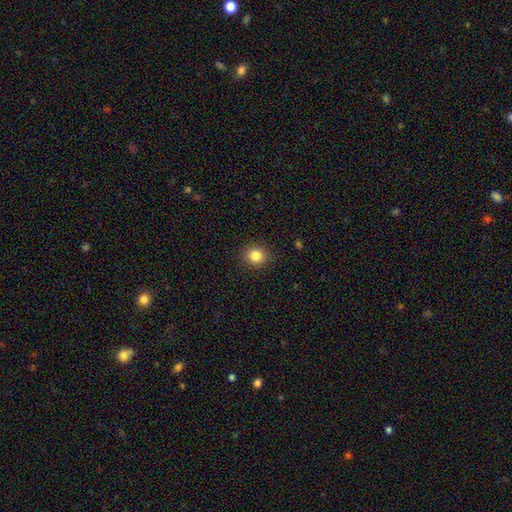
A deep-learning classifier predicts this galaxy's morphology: Smooth or featured?
  - smooth: 84% *
  - star or artifact: 11%
  - featured or disk: 5%
How rounded?
  - round: 83% *
  - in between: 16%
  - cigar-shaped: 1%
Merging?
  - none: 89% *
  - minor disturbance: 8%
  - major disturbance: 2%
  - merger: 1%